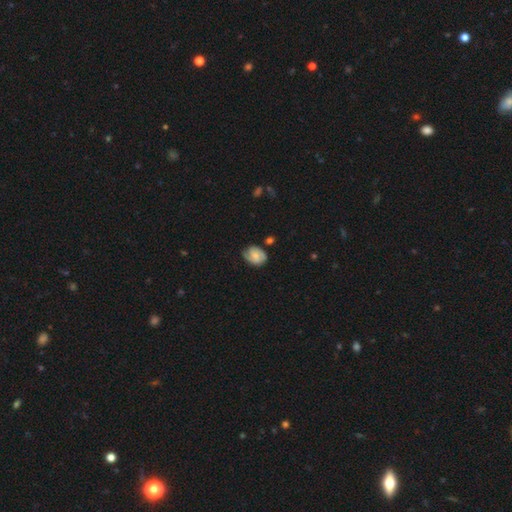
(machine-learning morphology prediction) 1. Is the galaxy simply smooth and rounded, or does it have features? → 56% featured or disk, 37% smooth, 7% star or artifact.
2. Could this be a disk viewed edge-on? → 97% no, 3% yes.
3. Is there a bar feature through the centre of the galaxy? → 46% no, 43% weak, 11% strong.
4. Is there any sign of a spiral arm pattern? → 88% yes, 12% no.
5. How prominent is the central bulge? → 49% small, 31% moderate, 15% none, 3% large, 1% dominant.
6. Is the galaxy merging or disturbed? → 65% none, 25% minor disturbance, 7% major disturbance, 3% merger.